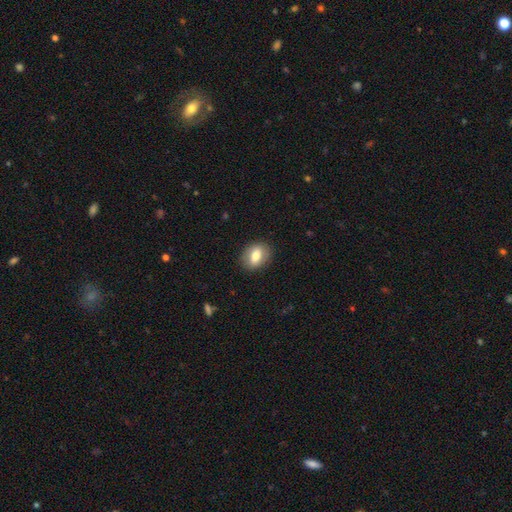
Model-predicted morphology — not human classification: Smooth or featured: smooth — 73% (featured or disk — 20%)
How rounded: in between — 64% (round — 34%)
Merging: none — 85% (minor disturbance — 11%)